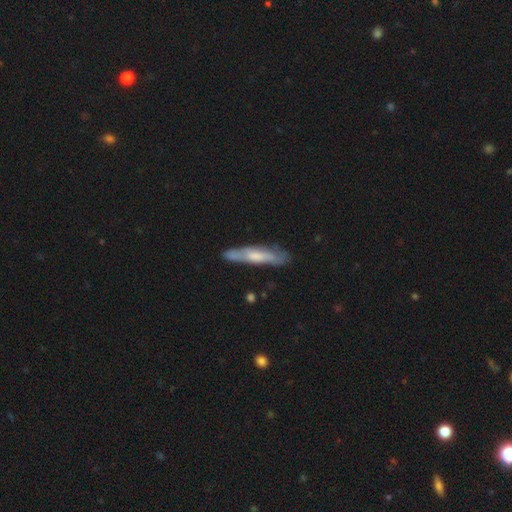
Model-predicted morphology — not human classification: featured or disk 52%, smooth 42%, star or artifact 6%. Down the decision tree: edge-on disk — yes (67%); merging — none (77%).